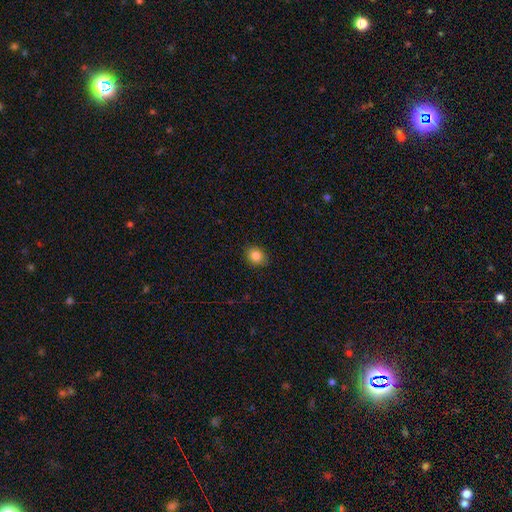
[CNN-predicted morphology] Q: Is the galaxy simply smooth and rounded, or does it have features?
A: smooth — 85%.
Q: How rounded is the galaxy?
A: round — 60%.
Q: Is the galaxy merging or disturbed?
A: none — 89%.